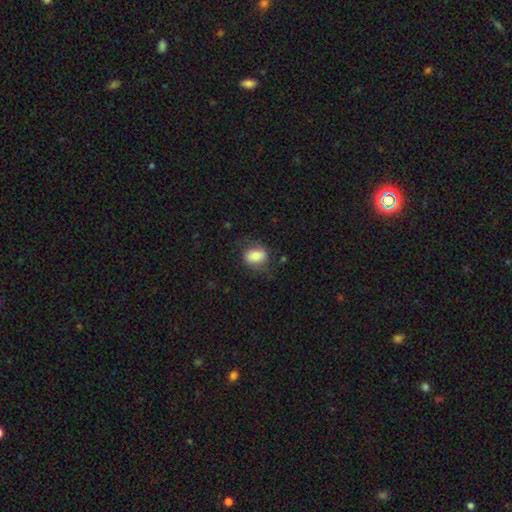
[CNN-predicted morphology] The model was most divided on "how rounded": in between: 68%, round: 30%, cigar-shaped: 2%. More confident: smooth or featured — smooth (80%); merging — none (69%).